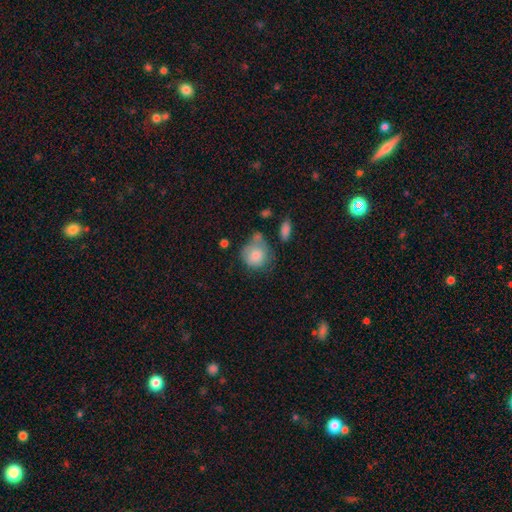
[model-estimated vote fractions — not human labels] Smooth or featured: smooth — 78% (featured or disk — 14%)
How rounded: round — 73% (in between — 25%)
Merging: none — 39% (minor disturbance — 30%)